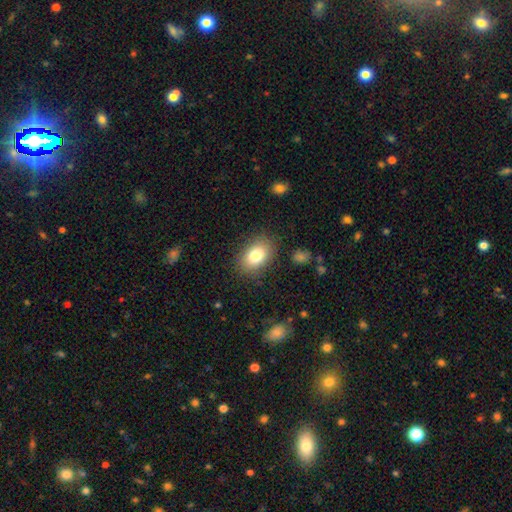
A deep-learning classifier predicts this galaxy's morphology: A smooth galaxy with no disk features (80%) that is in between round and cigar-shaped (80%).

Vote fractions:
- Smooth or featured? smooth: 80% / featured or disk: 11% / star or artifact: 9%
- How rounded? in between: 80% / round: 18% / cigar-shaped: 1%
- Merging? none: 84% / minor disturbance: 11% / major disturbance: 4% / merger: 2%